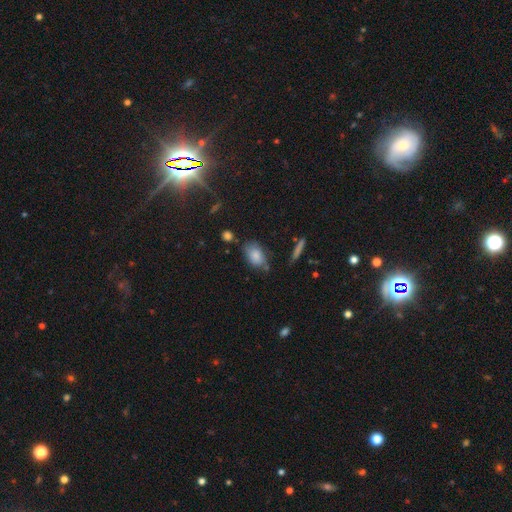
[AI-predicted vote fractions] Morphology: type=smooth (81%); roundness=in between (89%); merging=none (60%).